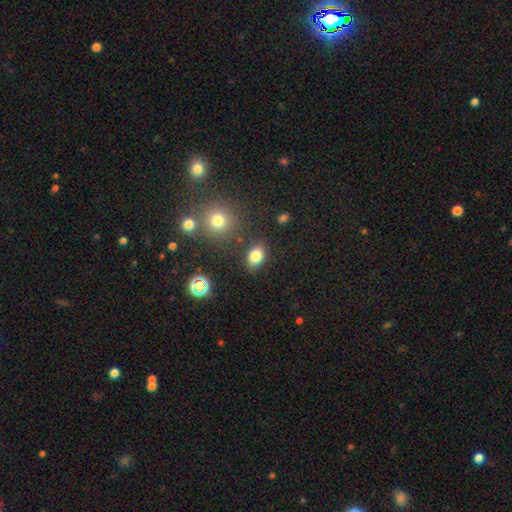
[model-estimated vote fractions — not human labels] This appears to be a smooth galaxy with no disk features (81%) that is in between round and cigar-shaped (71%). Merging: none (81%).